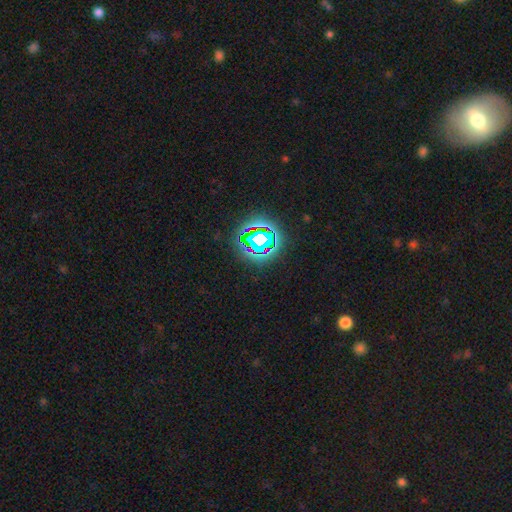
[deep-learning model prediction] The model was most divided on "smooth or featured": star or artifact: 81%, smooth: 12%, featured or disk: 7%.